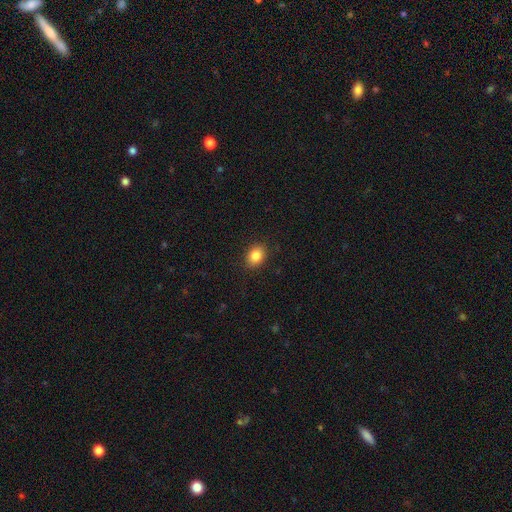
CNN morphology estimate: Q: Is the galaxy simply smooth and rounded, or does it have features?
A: smooth — 85%.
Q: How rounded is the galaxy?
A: in between — 58%.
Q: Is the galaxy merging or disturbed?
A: none — 89%.